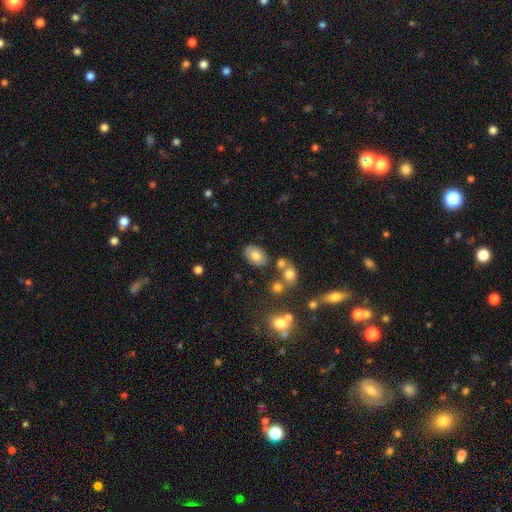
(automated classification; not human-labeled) Morphology: type=smooth (77%); roundness=in between (88%); merging=none (76%).